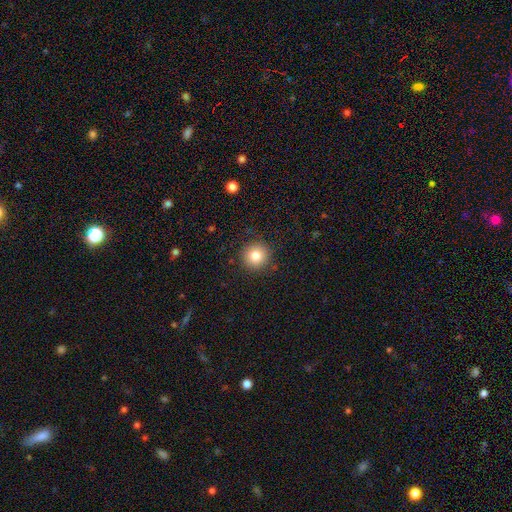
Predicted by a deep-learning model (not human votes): Overall: smooth (82%). How rounded: round (94%). Merging: none (88%).